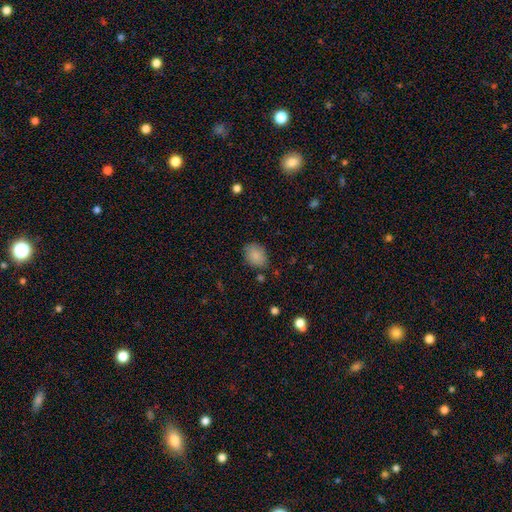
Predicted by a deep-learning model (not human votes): Smooth or featured? Predicted: smooth (p=0.87). How rounded? Predicted: in between (p=0.64). Merging? Predicted: none (p=0.80).